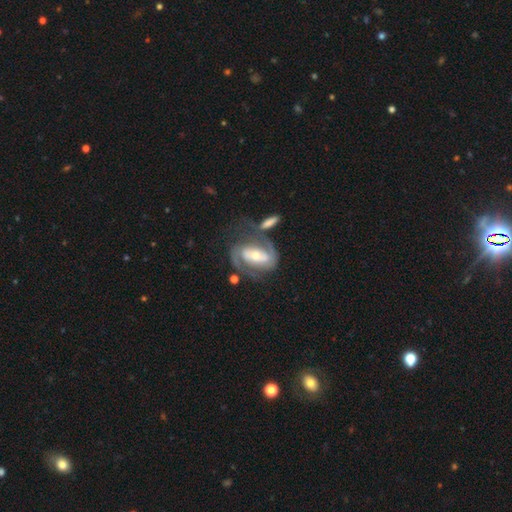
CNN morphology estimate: This is clearly a featured or disk galaxy (84%). It is clearly not viewed edge-on (96%). Bar: marginally strong (35%). Spiral arm pattern: clearly yes (92%). Spiral arm count: clearly 2 (83%). Spiral winding: marginally medium (44%). Central bulge: possibly moderate (57%). Merging: possibly none (50%).